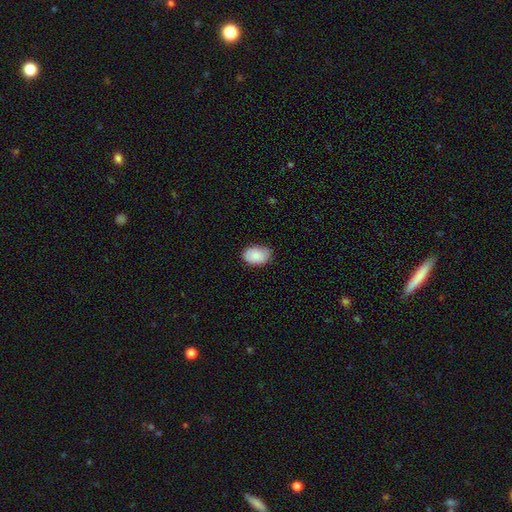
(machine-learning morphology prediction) Smooth or featured? smooth (86%)
How rounded? in between (88%)
Merging? none (78%)